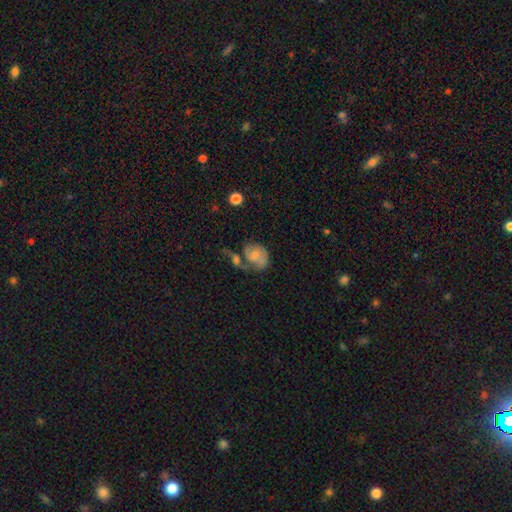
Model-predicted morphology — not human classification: Overall: smooth (48%; featured or disk 44%). Merging: merger (37%; none 24%).